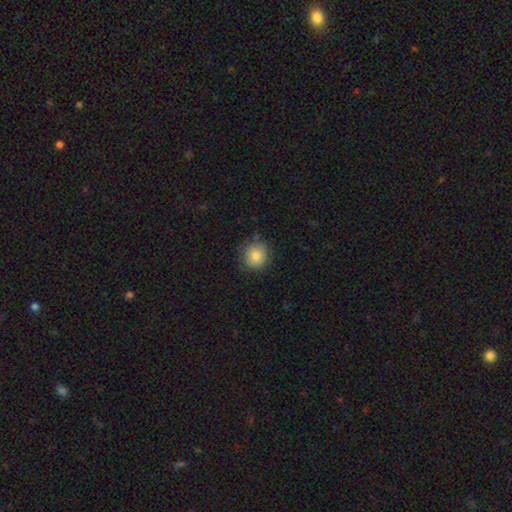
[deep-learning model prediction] Morphology: type=smooth (82%); roundness=round (89%); merging=none (82%).